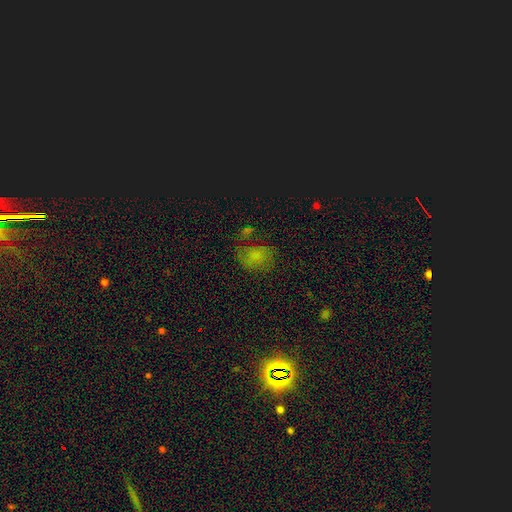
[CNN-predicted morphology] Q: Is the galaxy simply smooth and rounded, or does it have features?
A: smooth — 57%.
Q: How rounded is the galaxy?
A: in between — 50%.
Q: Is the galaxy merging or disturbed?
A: none — 48%.